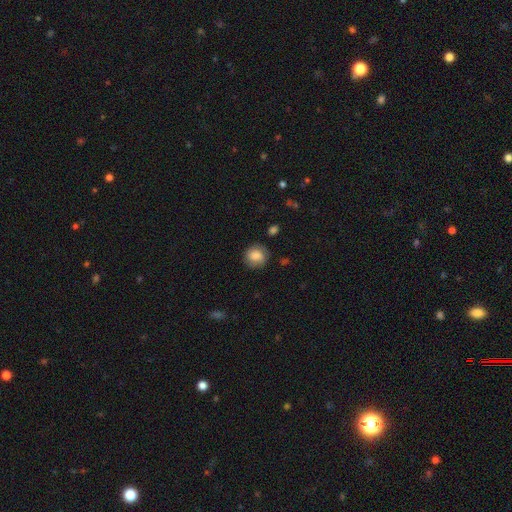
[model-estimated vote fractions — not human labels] The model was most divided on "smooth or featured": smooth: 75%, featured or disk: 16%, star or artifact: 9%. More confident: how rounded — round (82%); merging — none (79%).